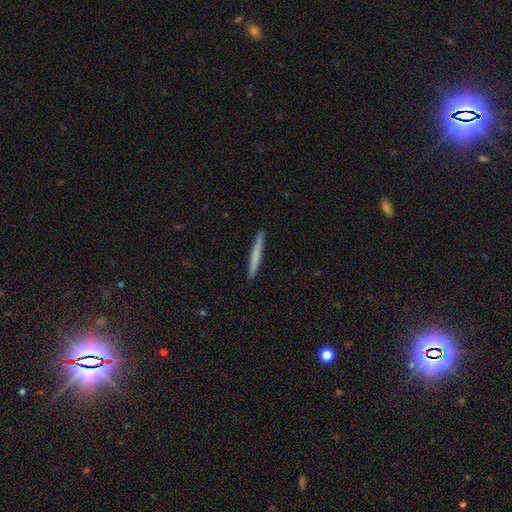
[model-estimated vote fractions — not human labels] smooth-or-featured: smooth: 67% | featured or disk: 28% | star or artifact: 5%
  how-rounded: cigar-shaped: 97% | in between: 2% | round: 1%
  merging: none: 92% | minor disturbance: 6% | major disturbance: 1% | merger: 1%